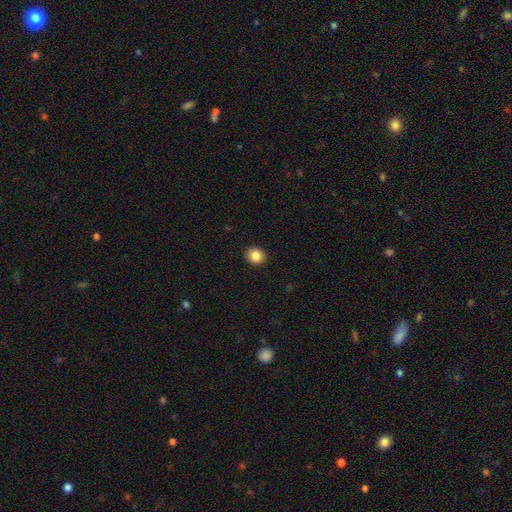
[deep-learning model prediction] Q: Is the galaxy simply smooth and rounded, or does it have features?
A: smooth — 85%.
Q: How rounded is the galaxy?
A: round — 78%.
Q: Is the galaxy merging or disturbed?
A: none — 92%.